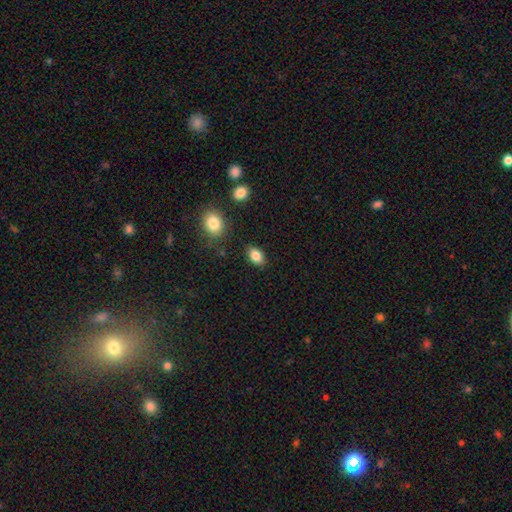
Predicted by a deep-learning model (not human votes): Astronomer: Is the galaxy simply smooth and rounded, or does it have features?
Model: smooth — 85%.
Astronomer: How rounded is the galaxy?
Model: in between — 86%.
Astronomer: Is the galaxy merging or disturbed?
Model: none — 84%.